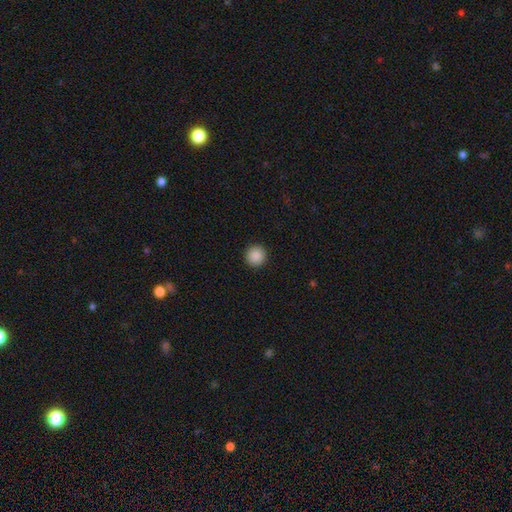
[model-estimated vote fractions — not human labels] smooth_or_featured: smooth (p=0.89) [alt: star or artifact p=0.09]
how_rounded: round (p=0.95) [alt: in between p=0.04]
merging: none (p=0.93) [alt: minor disturbance p=0.04]